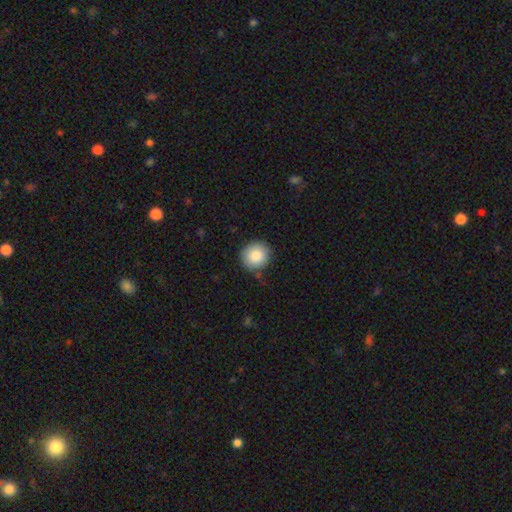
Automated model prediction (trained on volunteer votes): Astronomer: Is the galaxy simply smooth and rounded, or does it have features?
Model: smooth — 86%.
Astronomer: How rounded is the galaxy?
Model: round — 90%.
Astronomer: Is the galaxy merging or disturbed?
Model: none — 83%.